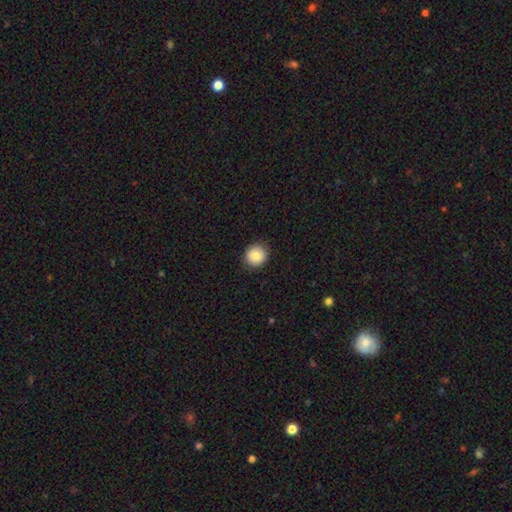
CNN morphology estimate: Smooth or featured? Predicted: smooth (p=0.85). How rounded? Predicted: round (p=0.89). Merging? Predicted: none (p=0.90).